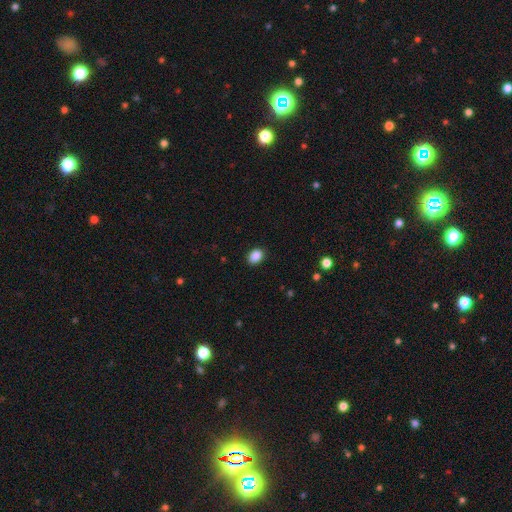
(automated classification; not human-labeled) smooth-or-featured: smooth: 88% | star or artifact: 9% | featured or disk: 3%
  how-rounded: in between: 67% | round: 32% | cigar-shaped: 1%
  merging: none: 89% | minor disturbance: 8% | major disturbance: 2% | merger: 1%